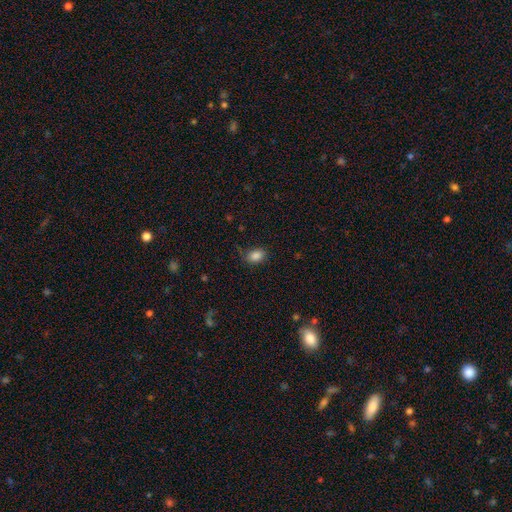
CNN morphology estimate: Smooth or featured: smooth — 86% (star or artifact — 10%)
How rounded: in between — 76% (round — 23%)
Merging: none — 80% (minor disturbance — 15%)